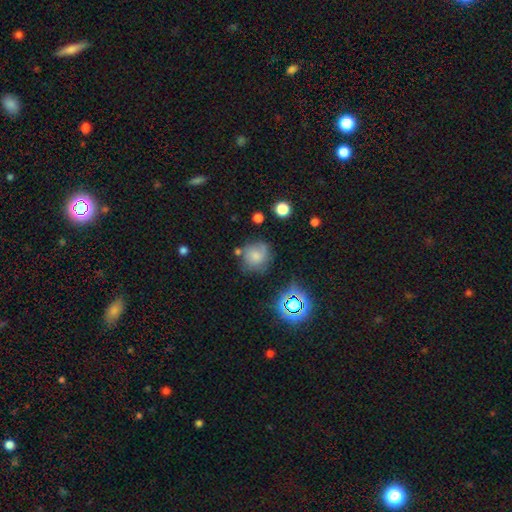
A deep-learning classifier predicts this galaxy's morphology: Q: Smooth or featured?
A: smooth (69%); runner-up: star or artifact (16%)
Q: How rounded?
A: round (84%); runner-up: in between (15%)
Q: Merging?
A: none (60%); runner-up: minor disturbance (23%)